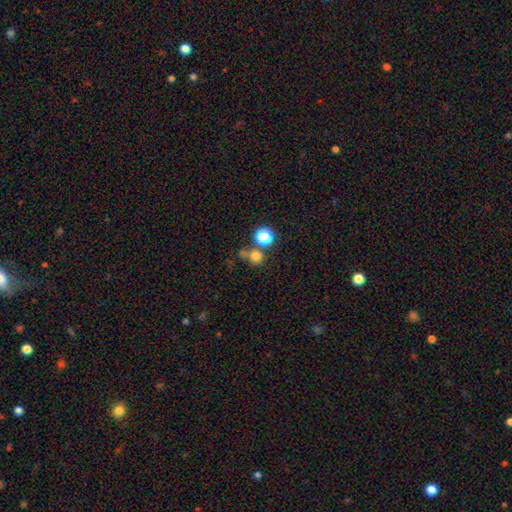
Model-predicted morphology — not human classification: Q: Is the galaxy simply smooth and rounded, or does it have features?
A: smooth — 72%.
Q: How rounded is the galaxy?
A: round — 90%.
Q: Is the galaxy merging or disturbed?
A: none — 63%.